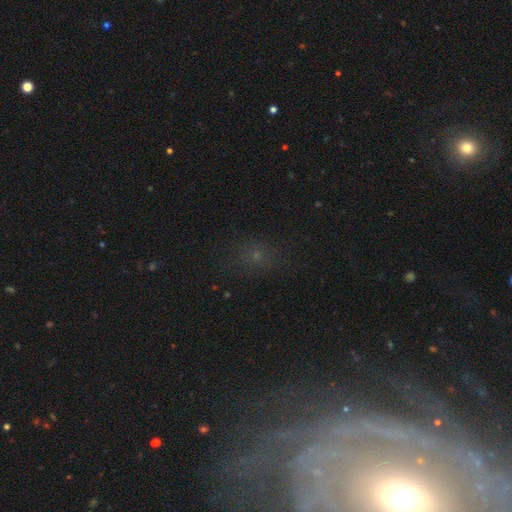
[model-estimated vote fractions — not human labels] Smooth or featured?
  - smooth: 47% *
  - star or artifact: 40%
  - featured or disk: 13%
Merging?
  - none: 78% *
  - minor disturbance: 13%
  - major disturbance: 7%
  - merger: 2%